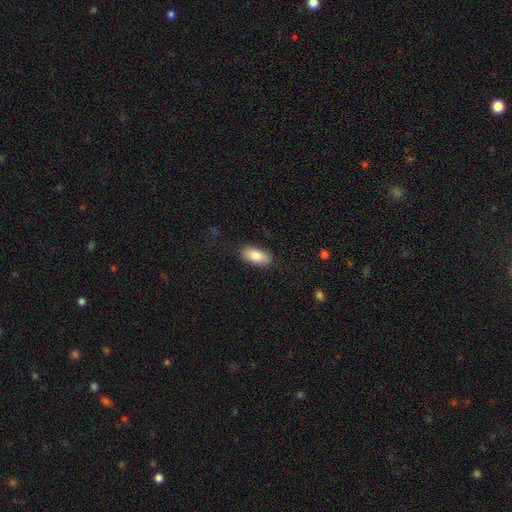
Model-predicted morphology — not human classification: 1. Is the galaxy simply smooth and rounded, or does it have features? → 86% smooth, 8% featured or disk, 6% star or artifact.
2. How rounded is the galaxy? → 91% in between, 7% cigar-shaped, 3% round.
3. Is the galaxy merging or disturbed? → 87% none, 10% minor disturbance, 3% major disturbance, 1% merger.